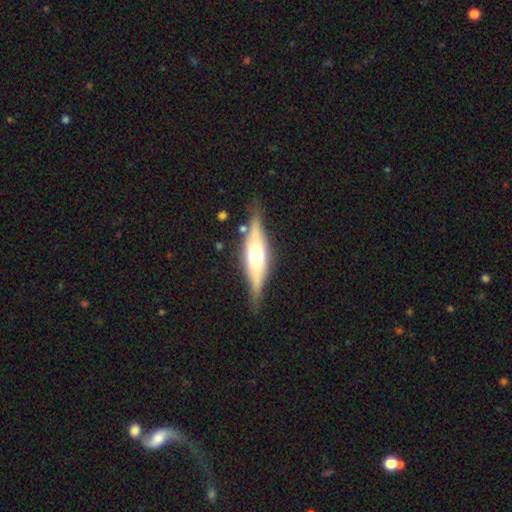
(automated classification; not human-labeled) smooth-or-featured: featured or disk: 64% | smooth: 31% | star or artifact: 6%
  disk-edge-on: yes: 92% | no: 8%
    edge-on-bulge: rounded: 86% | boxy: 10% | none: 3%
  merging: none: 79% | minor disturbance: 15% | major disturbance: 4% | merger: 3%